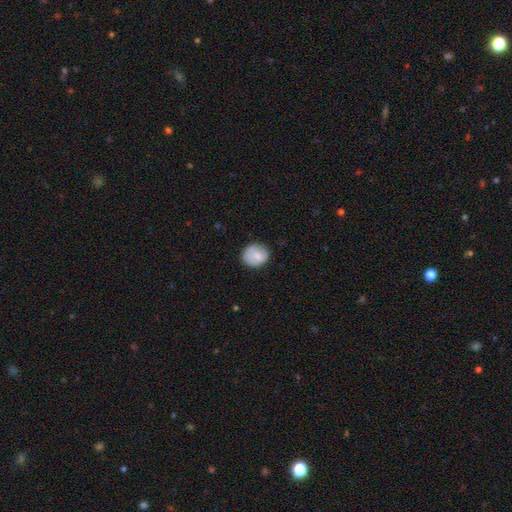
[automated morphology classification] Overall: smooth (80%). How rounded: round (81%). Merging: none (81%).